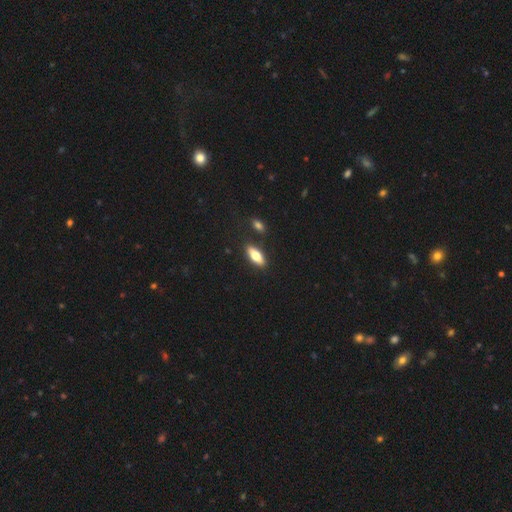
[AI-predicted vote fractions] This is likely a smooth galaxy (68%). How rounded: likely in between (69%). Merging: clearly none (83%).